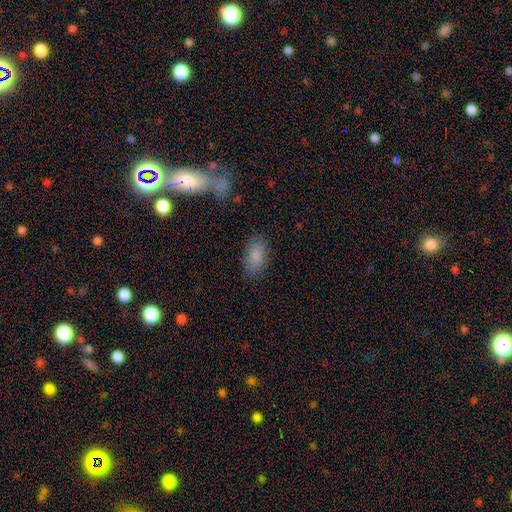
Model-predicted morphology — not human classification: This appears to be a smooth galaxy with no disk features (83%) that is in between round and cigar-shaped (92%). Merging: none (83%).